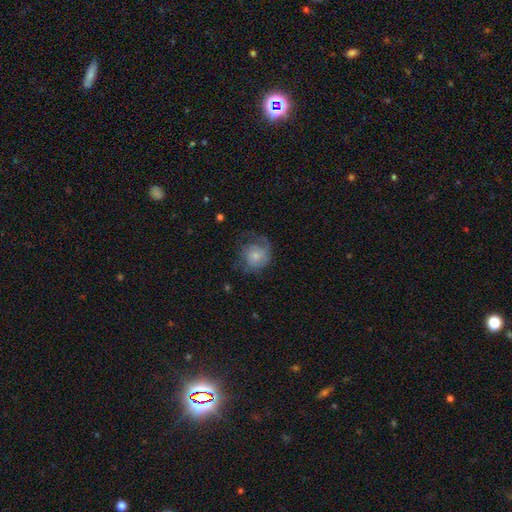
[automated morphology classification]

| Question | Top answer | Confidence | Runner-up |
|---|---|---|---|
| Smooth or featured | smooth | 50% | featured or disk (42%) |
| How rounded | round | 81% | in between (18%) |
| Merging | none | 46% | major disturbance (28%) |